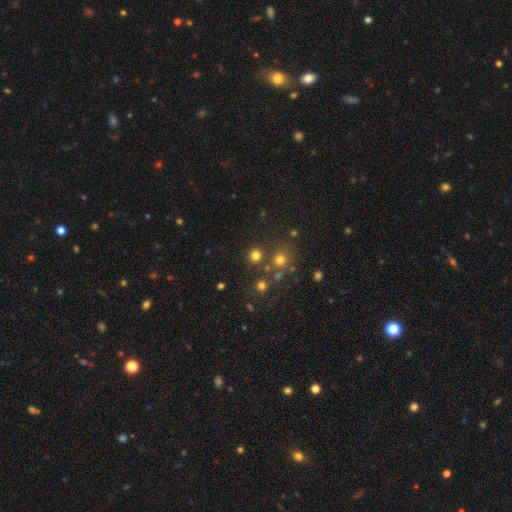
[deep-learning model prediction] smooth_or_featured: smooth (p=0.73) [alt: star or artifact p=0.20]
how_rounded: round (p=0.92) [alt: in between p=0.07]
merging: none (p=0.79) [alt: merger p=0.11]